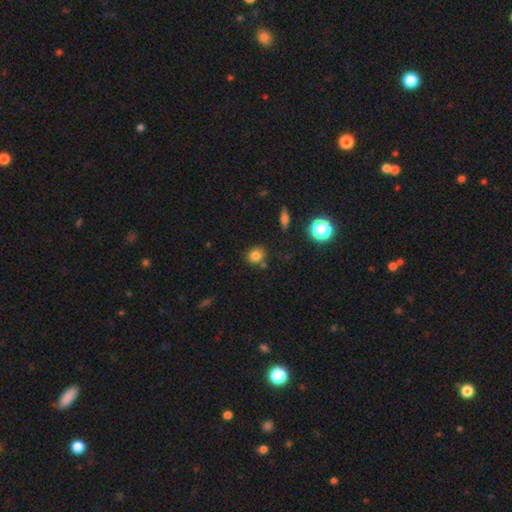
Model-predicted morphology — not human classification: Q: Smooth or featured?
A: smooth (80%); runner-up: star or artifact (13%)
Q: How rounded?
A: round (77%); runner-up: in between (22%)
Q: Merging?
A: none (77%); runner-up: minor disturbance (12%)